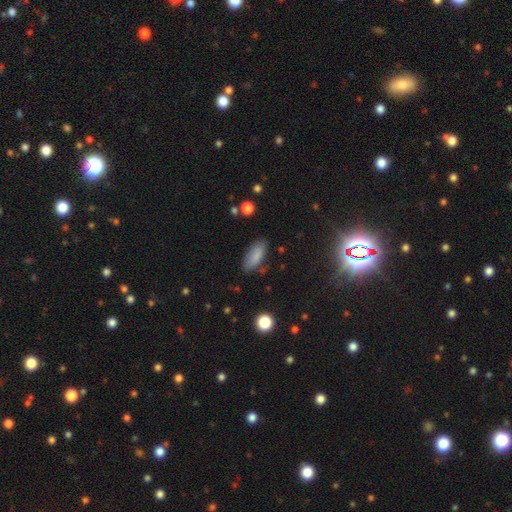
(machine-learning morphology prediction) Smooth or featured: smooth — 84% (featured or disk — 9%)
How rounded: in between — 80% (cigar-shaped — 18%)
Merging: none — 79% (minor disturbance — 15%)